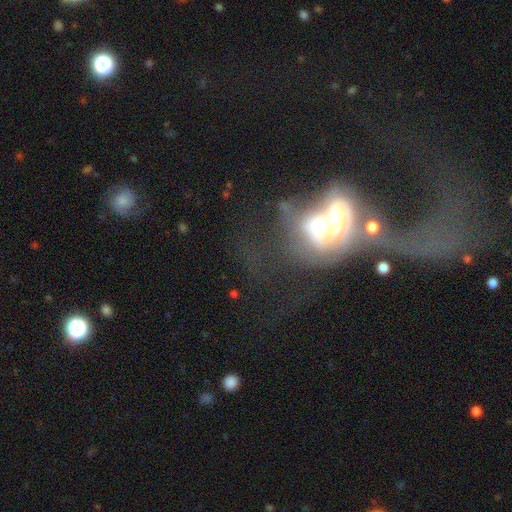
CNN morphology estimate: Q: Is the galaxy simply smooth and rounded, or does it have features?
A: featured or disk — 51%.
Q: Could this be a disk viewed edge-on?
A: no — 94%.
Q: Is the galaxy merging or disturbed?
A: merger — 53%.